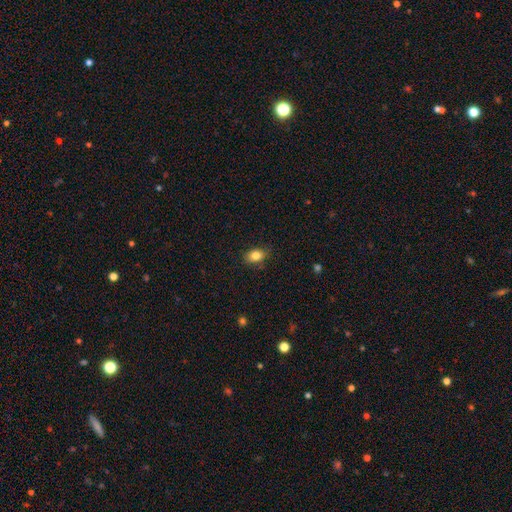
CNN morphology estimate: A smooth galaxy with no disk features (84%) that is in between round and cigar-shaped (78%). Merging: none (84%).